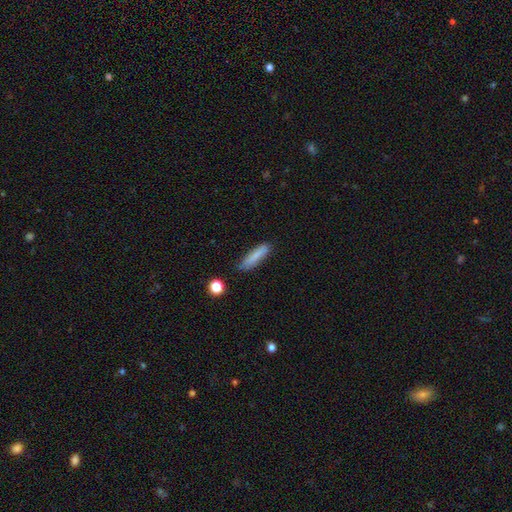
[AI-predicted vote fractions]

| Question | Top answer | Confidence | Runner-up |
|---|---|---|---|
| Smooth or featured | smooth | 81% | featured or disk (11%) |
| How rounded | cigar-shaped | 79% | in between (19%) |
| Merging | none | 81% | minor disturbance (14%) |